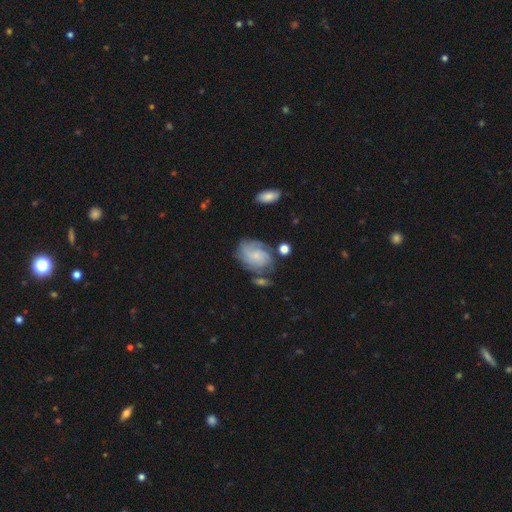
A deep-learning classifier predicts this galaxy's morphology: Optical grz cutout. It shows a featured or disk galaxy (61%) with no bar (76%), tight (51%) spiral arms (88%) and a small central bulge (65%). Merging: none (59%).